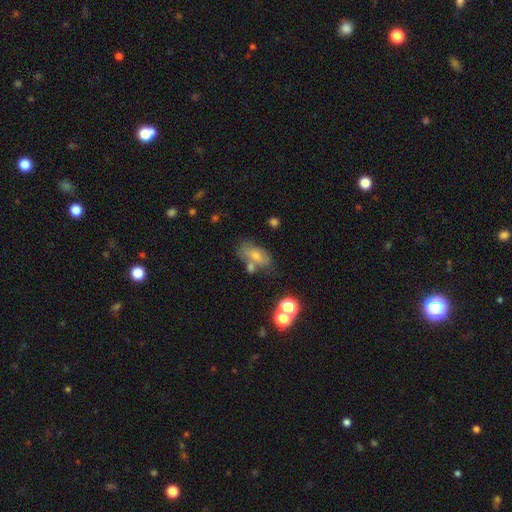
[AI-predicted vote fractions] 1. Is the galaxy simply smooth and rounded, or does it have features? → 57% smooth, 28% featured or disk, 15% star or artifact.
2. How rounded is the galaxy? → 83% in between, 12% round, 6% cigar-shaped.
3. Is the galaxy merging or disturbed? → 51% none, 21% merger, 19% minor disturbance, 9% major disturbance.